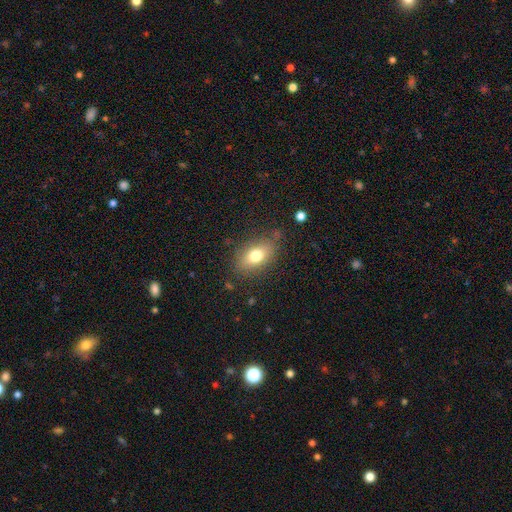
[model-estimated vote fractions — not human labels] Smooth or featured? smooth (76%)
How rounded? in between (84%)
Merging? none (79%)